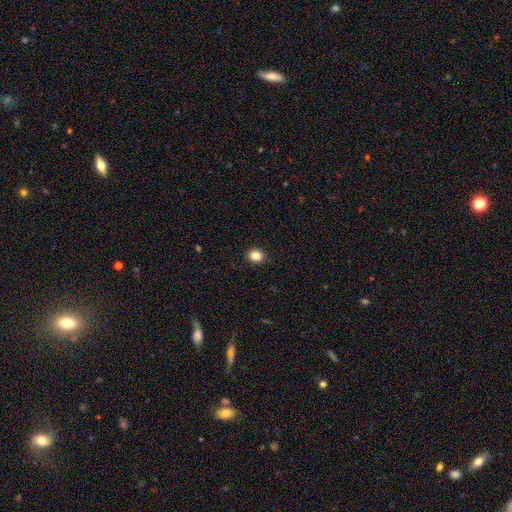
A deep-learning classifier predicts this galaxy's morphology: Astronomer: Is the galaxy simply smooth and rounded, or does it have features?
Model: smooth — 85%.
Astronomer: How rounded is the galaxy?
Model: round — 65%.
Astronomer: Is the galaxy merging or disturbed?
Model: none — 90%.